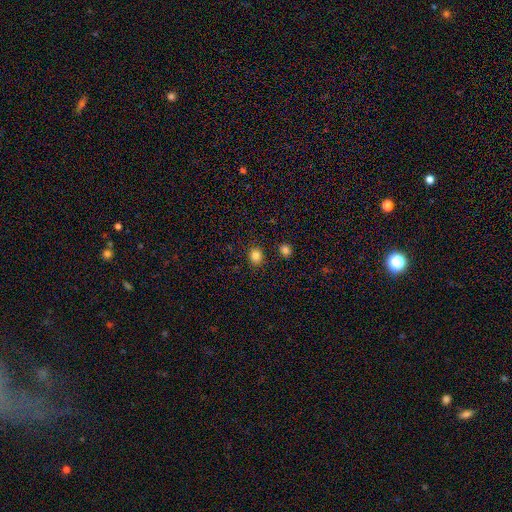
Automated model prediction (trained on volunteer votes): Q: Smooth or featured?
A: smooth (84%); runner-up: star or artifact (12%)
Q: How rounded?
A: round (68%); runner-up: in between (31%)
Q: Merging?
A: none (88%); runner-up: minor disturbance (7%)